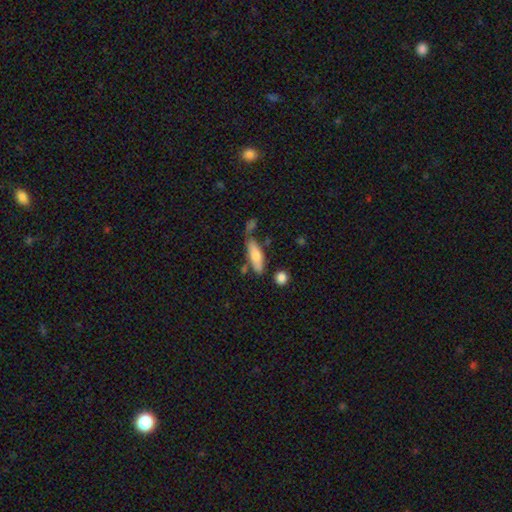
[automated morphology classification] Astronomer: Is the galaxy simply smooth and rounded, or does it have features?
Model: smooth — 70%.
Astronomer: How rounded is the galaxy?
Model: in between — 57% (runner-up: cigar-shaped, 40%).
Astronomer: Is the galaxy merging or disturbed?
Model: none — 57%.